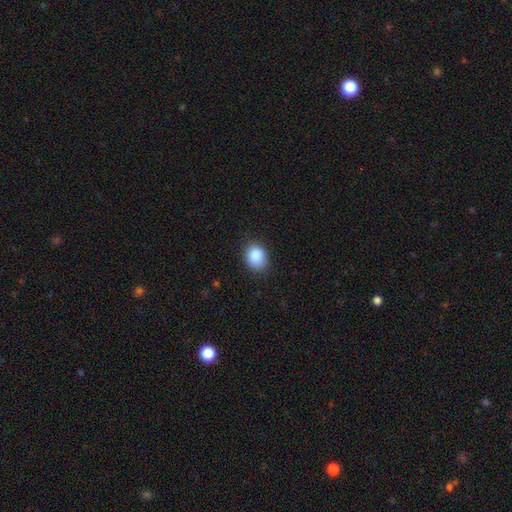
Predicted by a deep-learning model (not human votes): Morphology: type=smooth (88%); roundness=in between (50%); merging=none (82%).